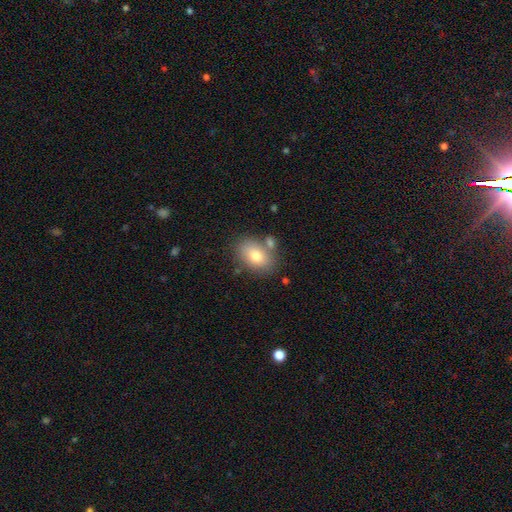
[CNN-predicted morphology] Smooth or featured? Predicted: smooth (p=0.77). How rounded? Predicted: in between (p=0.83). Merging? Predicted: none (p=0.70).